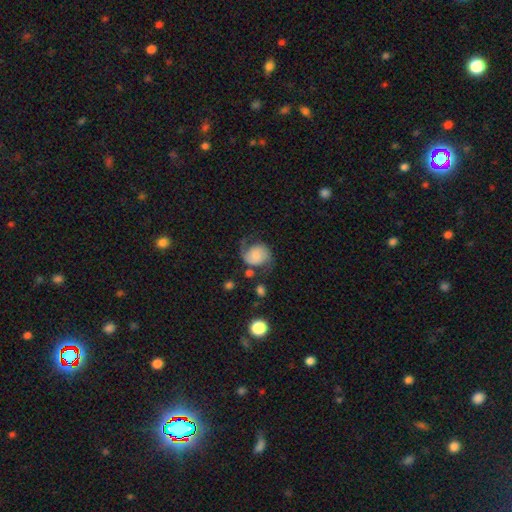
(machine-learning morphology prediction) This is likely a featured or disk galaxy (66%). It is clearly not viewed edge-on (98%). Bar: likely no (69%). Spiral arm pattern: clearly yes (94%). Spiral arm count: clearly 2 (90%). Spiral winding: marginally loose (42%). Central bulge: marginally small (33%). Merging: possibly none (60%).